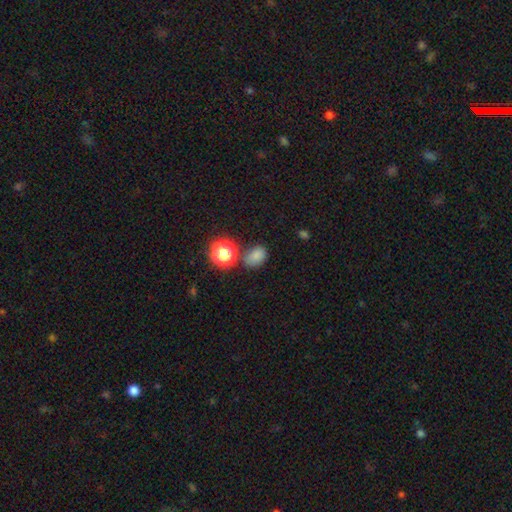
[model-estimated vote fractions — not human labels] smooth_or_featured: smooth (p=0.76) [alt: star or artifact p=0.18]
how_rounded: in between (p=0.65) [alt: round p=0.34]
merging: none (p=0.68) [alt: minor disturbance p=0.16]